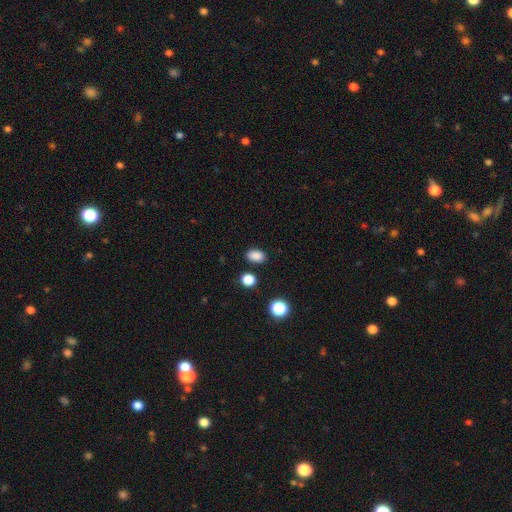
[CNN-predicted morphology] Overall: smooth (86%). How rounded: in between (82%). Merging: none (86%).